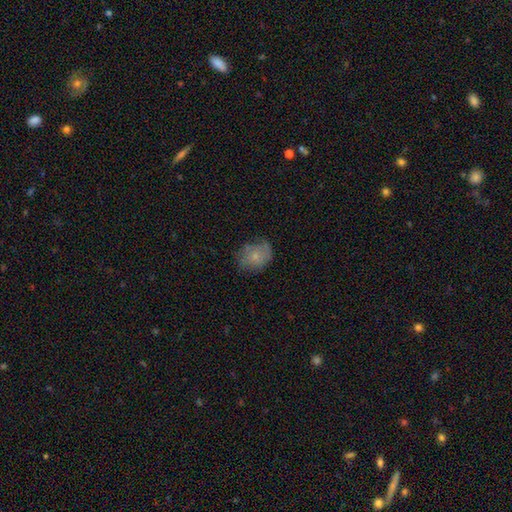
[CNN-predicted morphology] smooth-or-featured: smooth: 69% | featured or disk: 21% | star or artifact: 9%
  how-rounded: in between: 54% | round: 45% | cigar-shaped: 1%
  merging: none: 60% | minor disturbance: 29% | major disturbance: 10% | merger: 2%